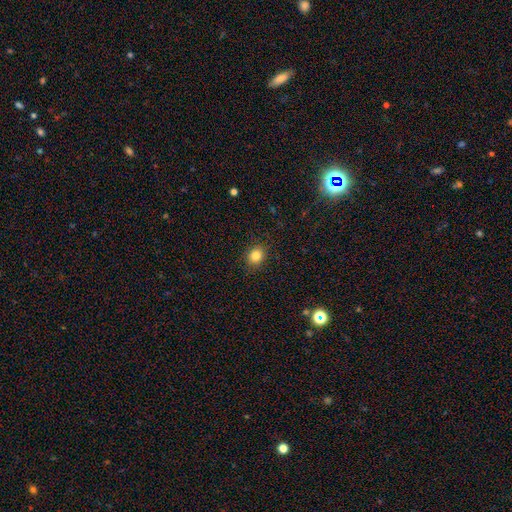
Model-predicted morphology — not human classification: smooth-or-featured: smooth: 84% | star or artifact: 11% | featured or disk: 5%
  how-rounded: round: 64% | in between: 35% | cigar-shaped: 1%
  merging: none: 87% | minor disturbance: 9% | major disturbance: 2% | merger: 1%